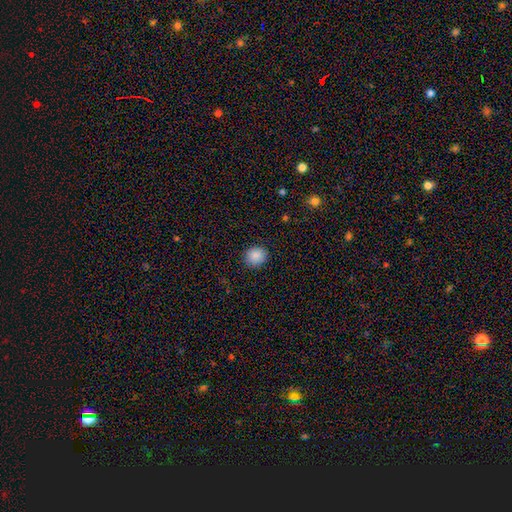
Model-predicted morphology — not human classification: The model was most divided on "how rounded": round: 80%, in between: 19%, cigar-shaped: 1%. More confident: merging — none (89%); smooth or featured — smooth (88%).